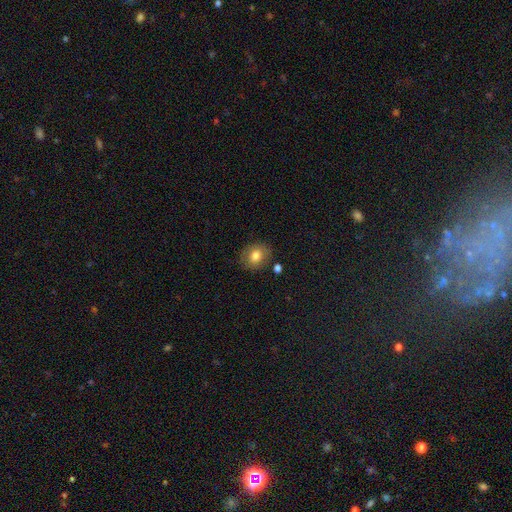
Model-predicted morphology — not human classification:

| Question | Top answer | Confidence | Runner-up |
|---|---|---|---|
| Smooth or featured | smooth | 79% | featured or disk (12%) |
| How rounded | round | 69% | in between (30%) |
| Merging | none | 83% | minor disturbance (11%) |